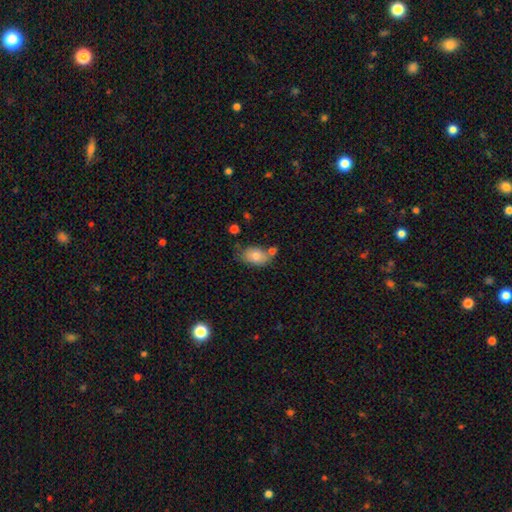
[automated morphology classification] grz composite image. It shows a smooth galaxy with no disk features (75%) that is in between round and cigar-shaped (87%). Merging: none (61%).